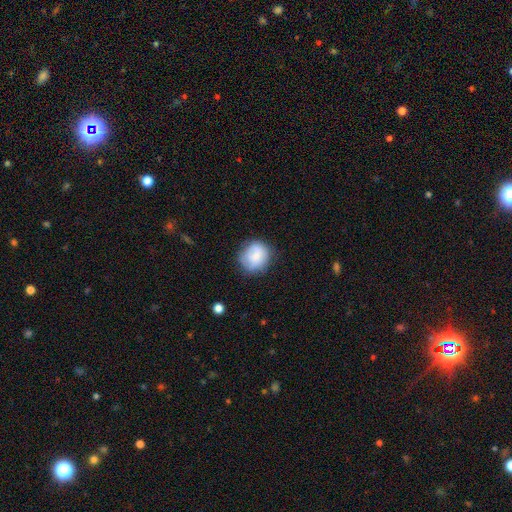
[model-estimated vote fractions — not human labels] A smooth galaxy with no disk features (75%) that is round (81%).

Vote fractions:
- Smooth or featured? smooth: 75% / featured or disk: 17% / star or artifact: 8%
- How rounded? round: 81% / in between: 19% / cigar-shaped: 1%
- Merging? none: 70% / minor disturbance: 22% / major disturbance: 7% / merger: 2%